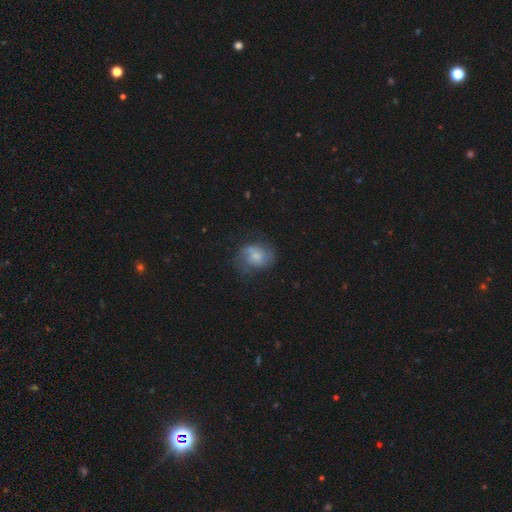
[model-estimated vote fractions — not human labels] Overall: smooth (52%; featured or disk 38%). How rounded: round (53%; in between 46%). Merging: none (50%; minor disturbance 27%).